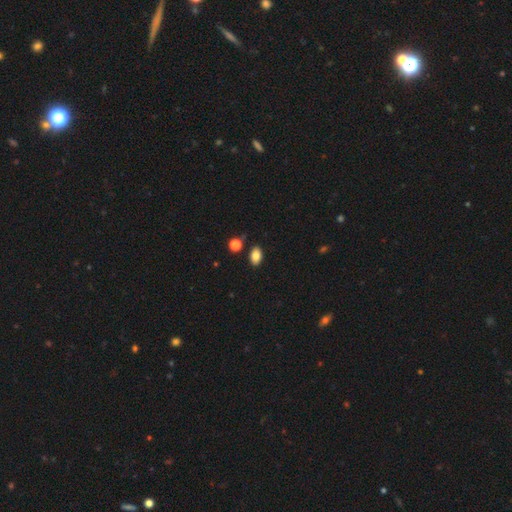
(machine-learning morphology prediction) Smooth or featured: smooth — 84% (star or artifact — 9%)
How rounded: in between — 89% (round — 9%)
Merging: none — 85% (minor disturbance — 9%)